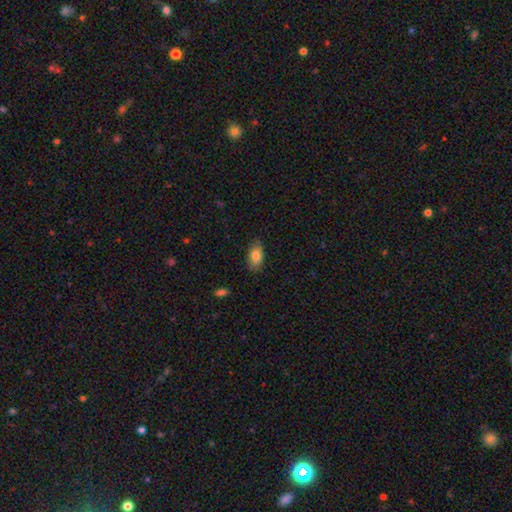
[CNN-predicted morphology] Smooth or featured? Predicted: smooth (p=0.83). How rounded? Predicted: in between (p=0.90). Merging? Predicted: none (p=0.76).